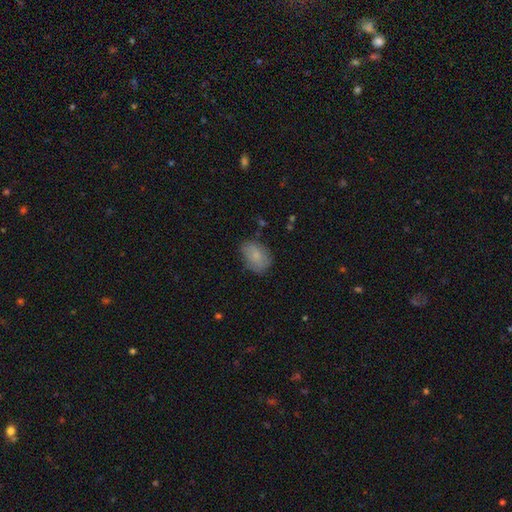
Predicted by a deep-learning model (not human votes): This is clearly a smooth galaxy (80%). How rounded: clearly in between (81%). Merging: likely none (70%).